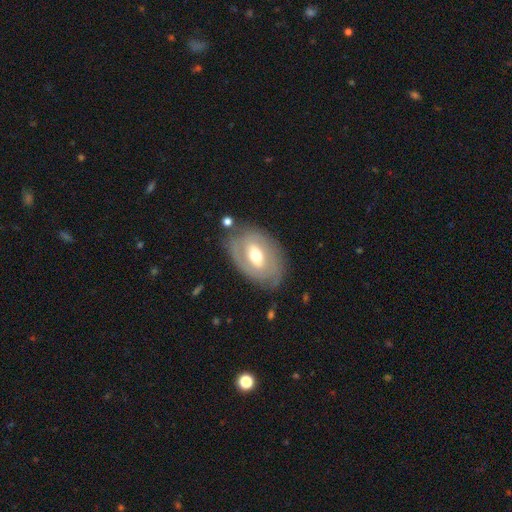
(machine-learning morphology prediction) smooth-or-featured: featured or disk: 66% | smooth: 28% | star or artifact: 5%
  disk-edge-on: no: 93% | yes: 7%
    bar: weak: 42% | no: 33% | strong: 25%
    has-spiral-arms: yes: 58% | no: 42%
    bulge-size: moderate: 71% | small: 15% | large: 11% | dominant: 1% | none: 1%
  merging: none: 73% | minor disturbance: 18% | major disturbance: 6% | merger: 3%